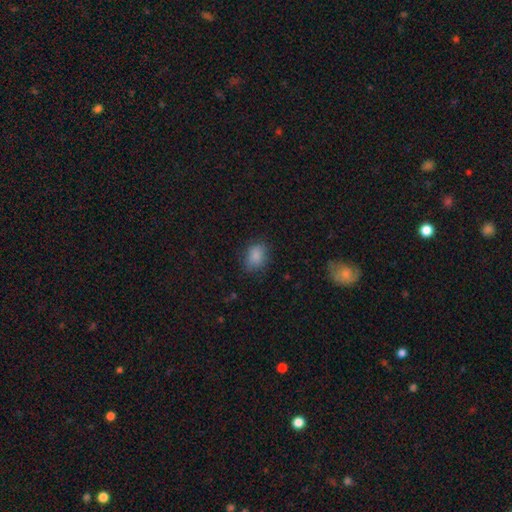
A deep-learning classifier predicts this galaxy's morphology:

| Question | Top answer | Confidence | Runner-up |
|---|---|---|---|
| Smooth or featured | smooth | 85% | star or artifact (10%) |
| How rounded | in between | 66% | round (32%) |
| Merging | none | 75% | minor disturbance (18%) |